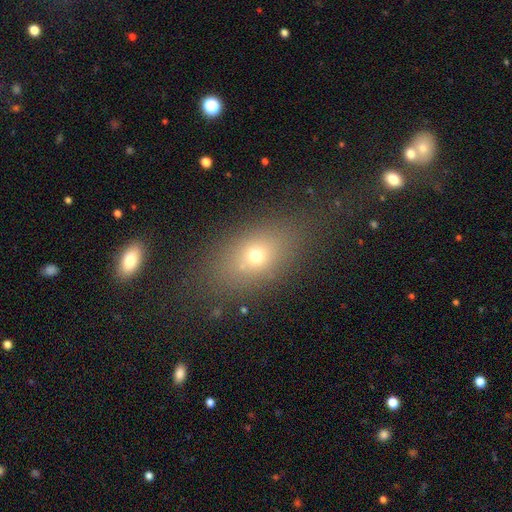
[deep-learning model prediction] Smooth or featured?
  - smooth: 65% *
  - star or artifact: 18%
  - featured or disk: 17%
How rounded?
  - in between: 71% *
  - round: 24%
  - cigar-shaped: 5%
Merging?
  - none: 76% *
  - minor disturbance: 13%
  - major disturbance: 7%
  - merger: 4%